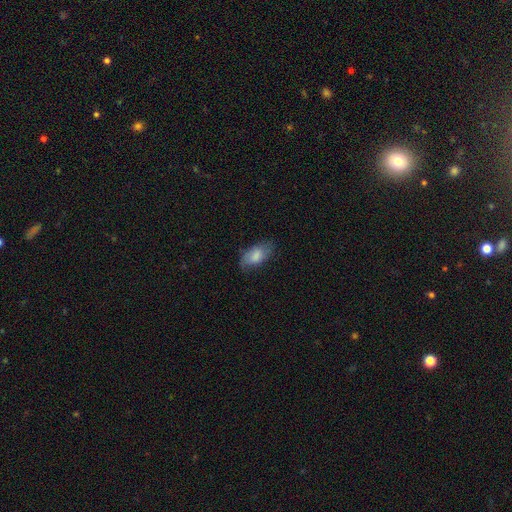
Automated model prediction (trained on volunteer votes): Morphology: type=smooth (77%); roundness=in between (92%); merging=none (69%).